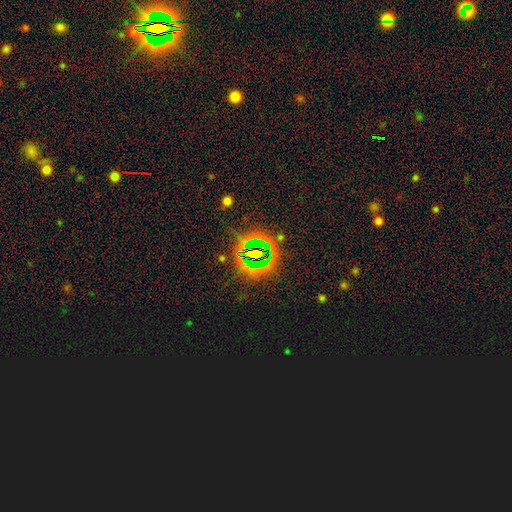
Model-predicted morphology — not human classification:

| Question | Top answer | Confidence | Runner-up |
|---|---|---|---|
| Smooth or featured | star or artifact | 78% | smooth (12%) |